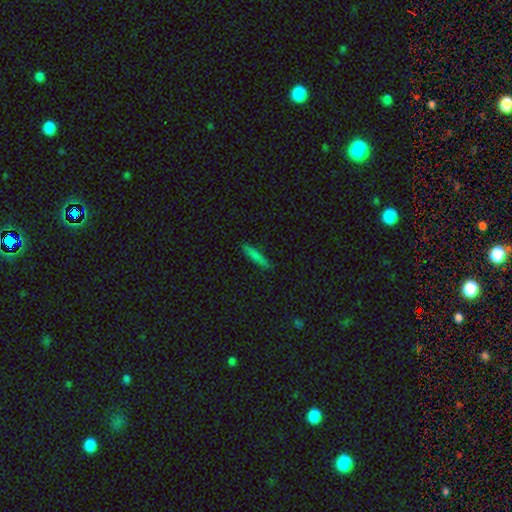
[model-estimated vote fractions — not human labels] A smooth galaxy with no disk features (76%) that is cigar-shaped (90%).

Vote fractions:
- Smooth or featured? smooth: 76% / featured or disk: 16% / star or artifact: 9%
- How rounded? cigar-shaped: 90% / in between: 8% / round: 2%
- Merging? none: 87% / minor disturbance: 10% / major disturbance: 2% / merger: 1%